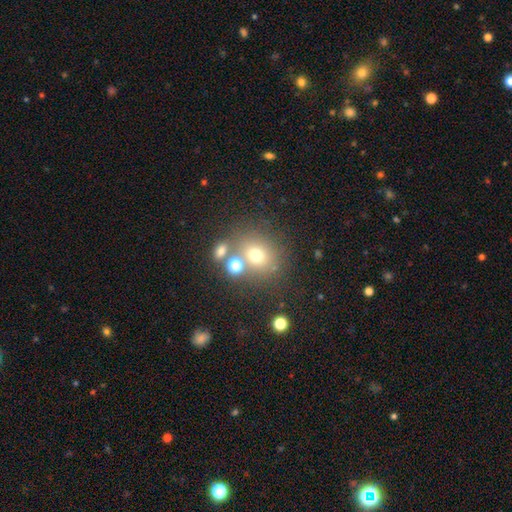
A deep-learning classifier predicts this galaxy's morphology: Overall: smooth (68%). How rounded: round (78%). Merging: none (65%).